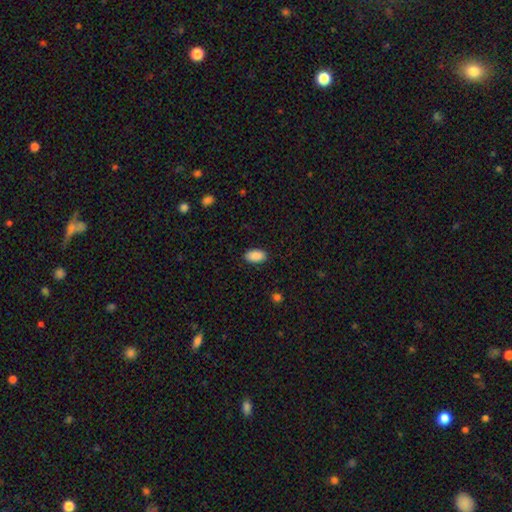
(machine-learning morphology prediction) smooth 89%, star or artifact 7%, featured or disk 4%. Down the decision tree: how rounded — in between (94%); merging — none (88%).